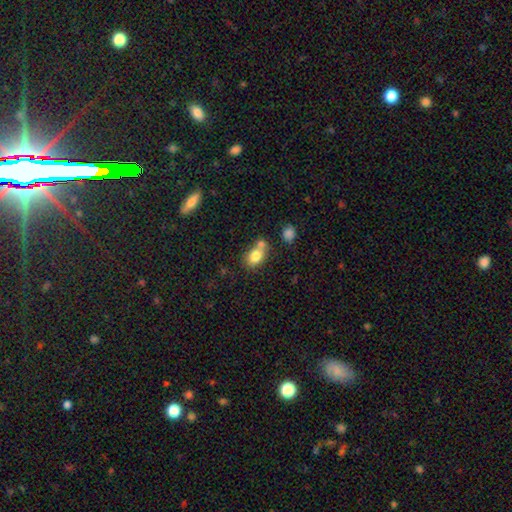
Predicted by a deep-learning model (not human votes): smooth_or_featured: smooth (p=0.80) [alt: featured or disk p=0.11]
how_rounded: in between (p=0.76) [alt: round p=0.23]
merging: none (p=0.42) [alt: merger p=0.40]